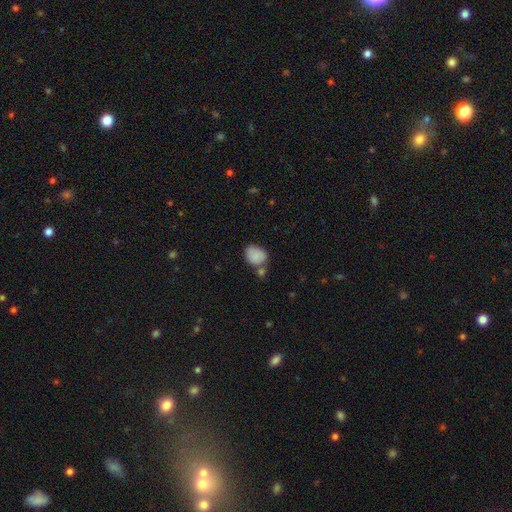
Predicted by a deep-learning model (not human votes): smooth-or-featured: smooth: 84% | featured or disk: 8% | star or artifact: 8%
  how-rounded: in between: 57% | round: 42% | cigar-shaped: 1%
  merging: none: 49% | merger: 26% | minor disturbance: 19% | major disturbance: 6%